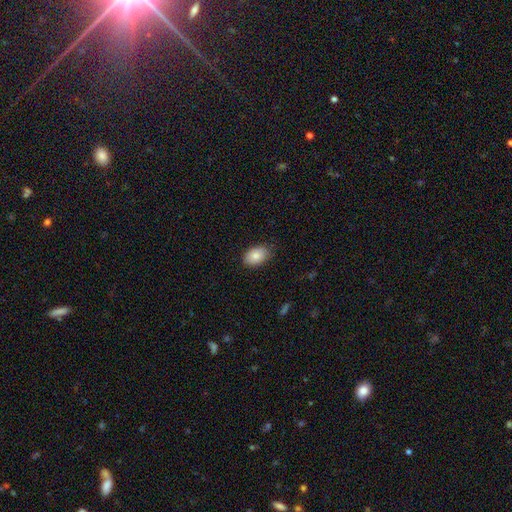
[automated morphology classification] Smooth or featured?
  - smooth: 86% *
  - featured or disk: 7%
  - star or artifact: 7%
How rounded?
  - in between: 91% *
  - round: 8%
  - cigar-shaped: 1%
Merging?
  - none: 83% *
  - minor disturbance: 14%
  - major disturbance: 2%
  - merger: 1%